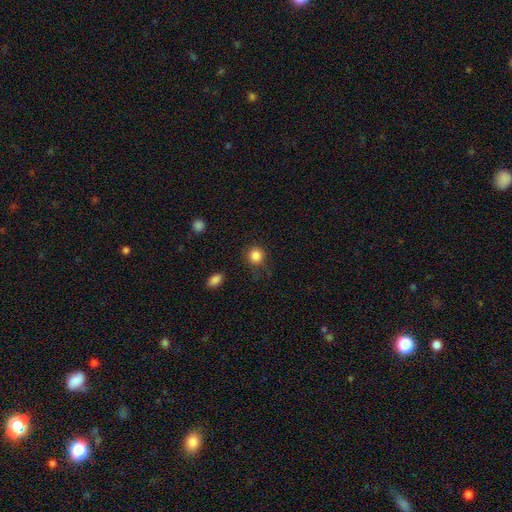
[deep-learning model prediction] The model was most divided on "merging": none: 81%, minor disturbance: 12%, major disturbance: 4%, merger: 2%. More confident: how rounded — round (91%); smooth or featured — smooth (85%).